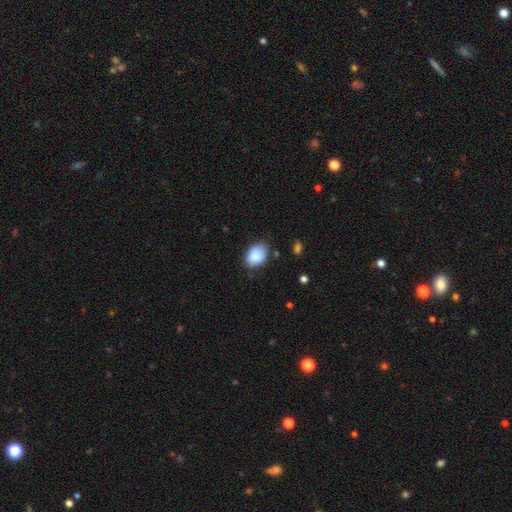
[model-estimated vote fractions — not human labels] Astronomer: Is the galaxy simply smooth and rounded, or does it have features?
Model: smooth — 87%.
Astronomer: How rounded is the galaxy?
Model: in between — 78%.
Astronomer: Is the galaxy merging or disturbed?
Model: none — 73%.